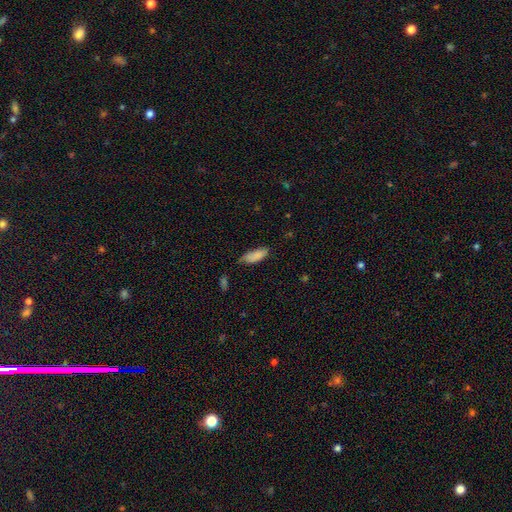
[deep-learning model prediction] A smooth galaxy with no disk features (87%) that is in between round and cigar-shaped (74%).

Vote fractions:
- Smooth or featured? smooth: 87% / star or artifact: 7% / featured or disk: 6%
- How rounded? in between: 74% / cigar-shaped: 25% / round: 2%
- Merging? none: 63% / minor disturbance: 29% / major disturbance: 6% / merger: 2%